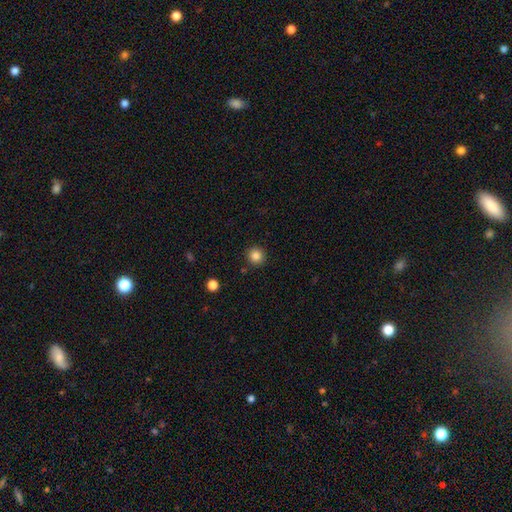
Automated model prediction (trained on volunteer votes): This appears to be a smooth galaxy with no disk features (85%) that is round (95%). Merging: none (90%).